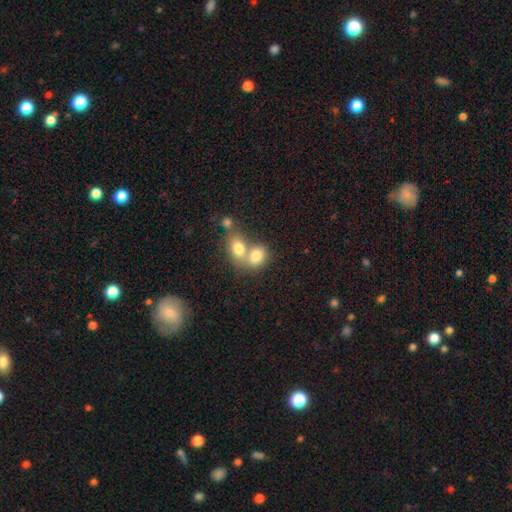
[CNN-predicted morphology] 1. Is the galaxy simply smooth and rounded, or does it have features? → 77% smooth, 14% featured or disk, 9% star or artifact.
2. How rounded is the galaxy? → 67% in between, 32% round, 1% cigar-shaped.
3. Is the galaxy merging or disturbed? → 63% merger, 27% none, 7% minor disturbance, 3% major disturbance.